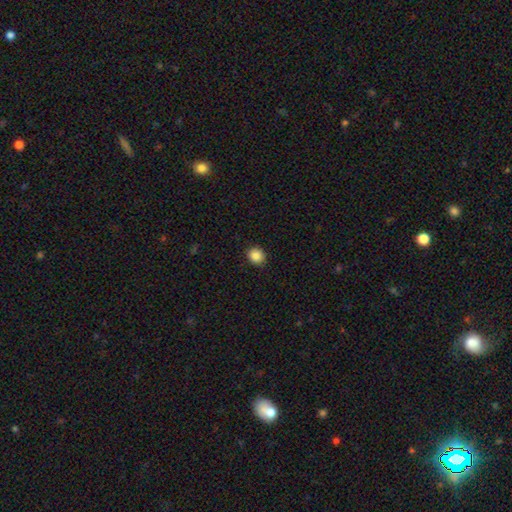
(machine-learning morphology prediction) Q: Smooth or featured?
A: smooth (87%); runner-up: star or artifact (10%)
Q: How rounded?
A: round (78%); runner-up: in between (21%)
Q: Merging?
A: none (90%); runner-up: minor disturbance (7%)